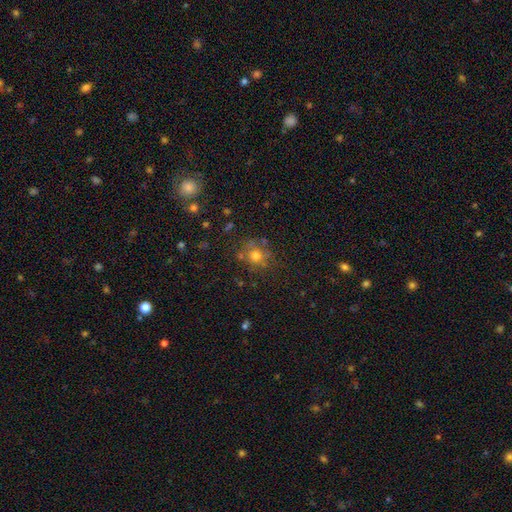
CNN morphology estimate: smooth_or_featured: smooth (p=0.66) [alt: star or artifact p=0.18]
how_rounded: round (p=0.82) [alt: in between p=0.17]
merging: none (p=0.68) [alt: minor disturbance p=0.17]